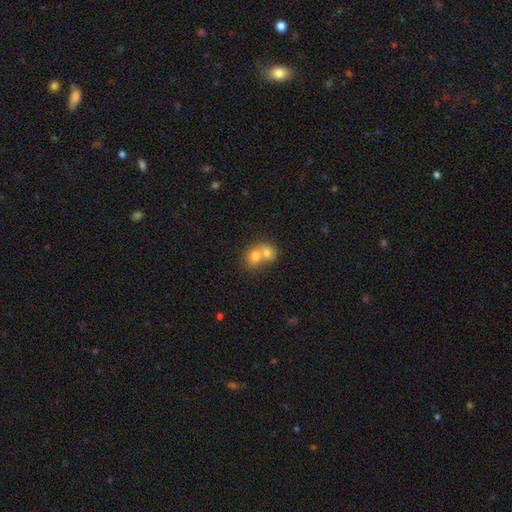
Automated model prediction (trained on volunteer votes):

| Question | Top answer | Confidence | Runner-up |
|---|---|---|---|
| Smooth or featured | smooth | 71% | featured or disk (20%) |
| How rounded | round | 64% | in between (35%) |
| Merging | merger | 74% | none (19%) |